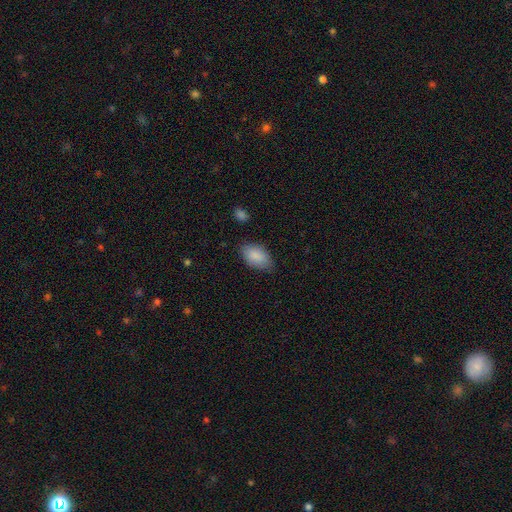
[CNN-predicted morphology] The model was most divided on "merging": none: 78%, minor disturbance: 17%, major disturbance: 4%, merger: 2%. More confident: how rounded — in between (93%); smooth or featured — smooth (88%).